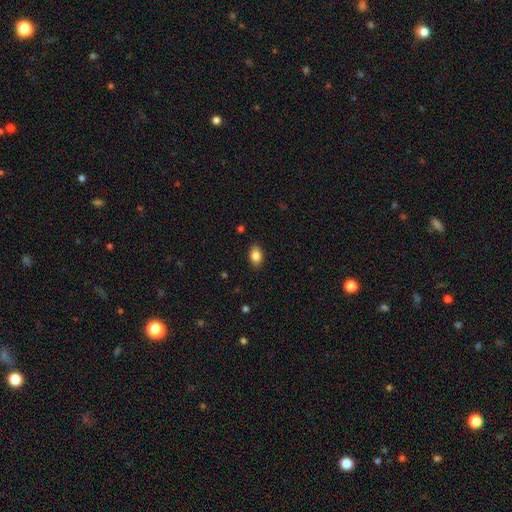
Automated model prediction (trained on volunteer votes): Smooth or featured: smooth — 85% (star or artifact — 8%)
How rounded: in between — 84% (round — 15%)
Merging: none — 88% (minor disturbance — 9%)